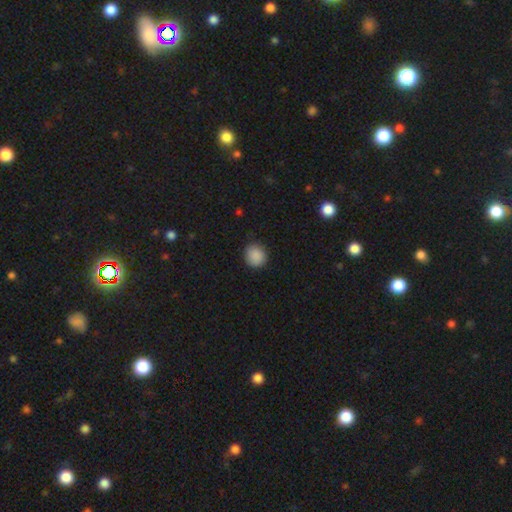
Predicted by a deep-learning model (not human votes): Smooth or featured? Predicted: smooth (p=0.89). How rounded? Predicted: round (p=0.88). Merging? Predicted: none (p=0.89).